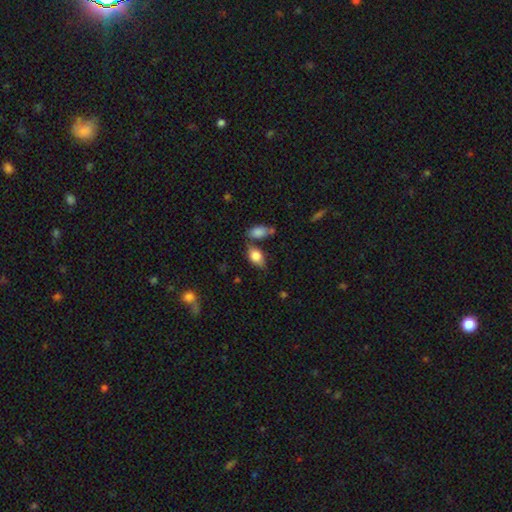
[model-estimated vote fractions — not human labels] smooth_or_featured: smooth (p=0.79) [alt: featured or disk p=0.14]
how_rounded: in between (p=0.88) [alt: round p=0.08]
merging: none (p=0.58) [alt: minor disturbance p=0.20]